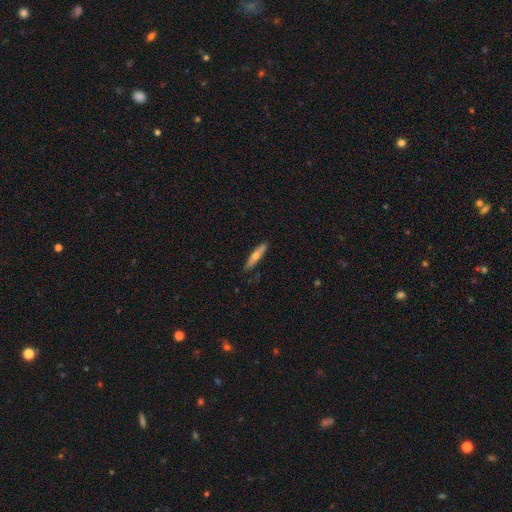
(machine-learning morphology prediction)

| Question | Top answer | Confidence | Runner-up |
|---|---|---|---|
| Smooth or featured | smooth | 48% | featured or disk (45%) |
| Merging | none | 88% | minor disturbance (9%) |